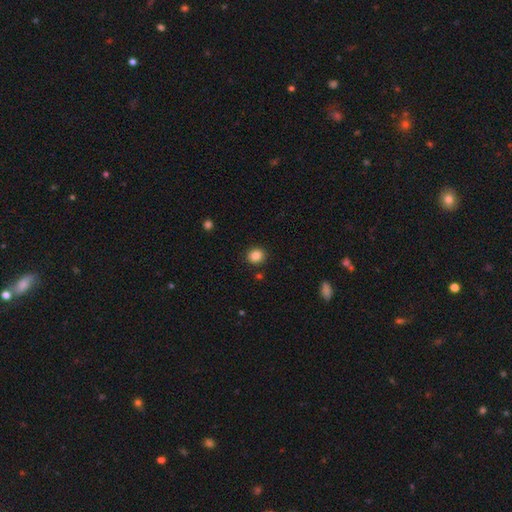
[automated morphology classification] A smooth galaxy with no disk features (86%) that is round (77%). Merging: none (90%).